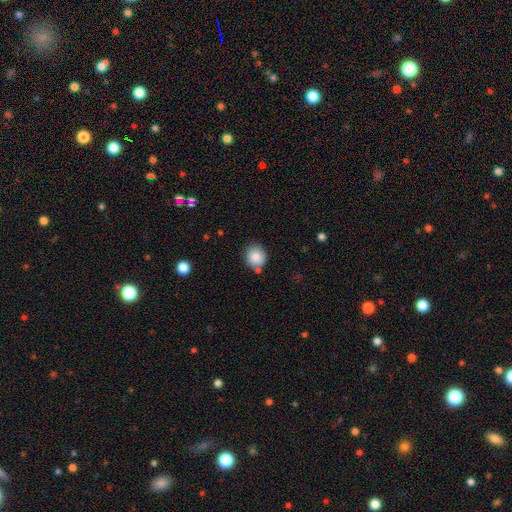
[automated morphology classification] Smooth or featured: smooth — 86% (star or artifact — 8%)
How rounded: round — 77% (in between — 22%)
Merging: none — 74% (minor disturbance — 15%)